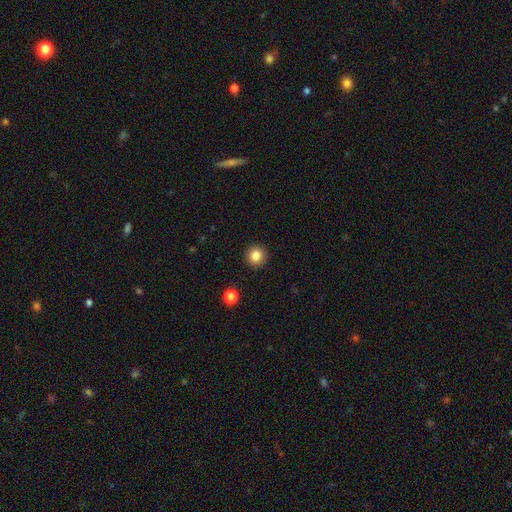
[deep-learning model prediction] This is clearly a smooth galaxy (85%). How rounded: clearly round (93%). Merging: clearly none (92%).